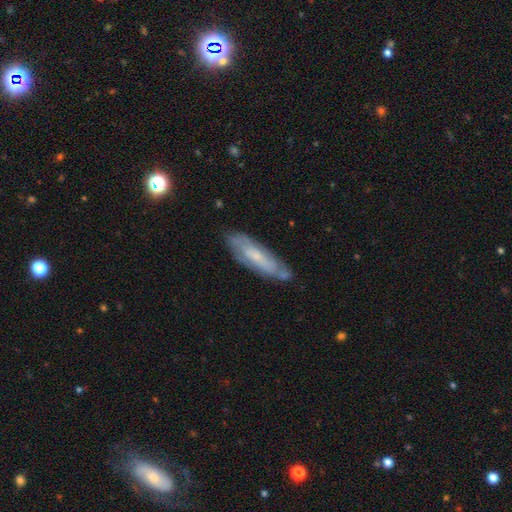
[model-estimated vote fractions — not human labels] Smooth or featured: featured or disk — 51% (smooth — 42%)
Edge-on disk: no — 65% (yes — 35%)
Merging: none — 72% (minor disturbance — 20%)